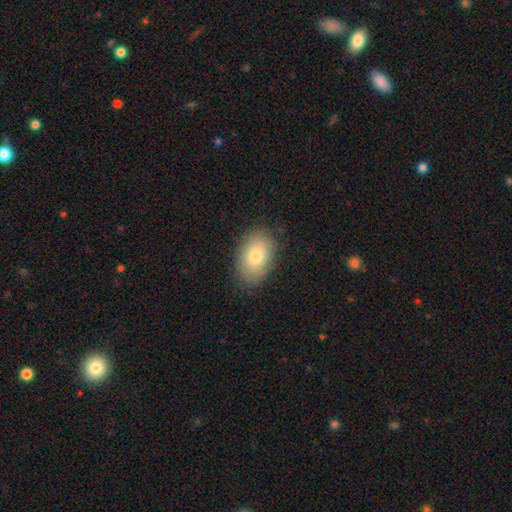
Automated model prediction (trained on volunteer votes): A smooth galaxy with no disk features (77%) that is in between round and cigar-shaped (88%).

Vote fractions:
- Smooth or featured? smooth: 77% / featured or disk: 15% / star or artifact: 8%
- How rounded? in between: 88% / round: 10% / cigar-shaped: 1%
- Merging? none: 84% / minor disturbance: 12% / major disturbance: 3% / merger: 1%